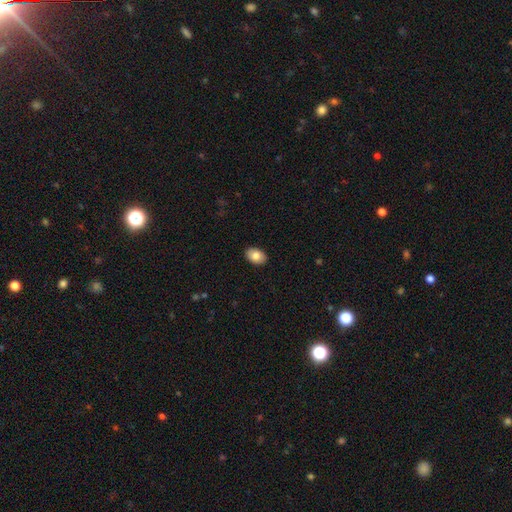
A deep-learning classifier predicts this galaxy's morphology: smooth_or_featured: smooth (p=0.83) [alt: featured or disk p=0.10]
how_rounded: in between (p=0.83) [alt: round p=0.16]
merging: none (p=0.90) [alt: minor disturbance p=0.08]